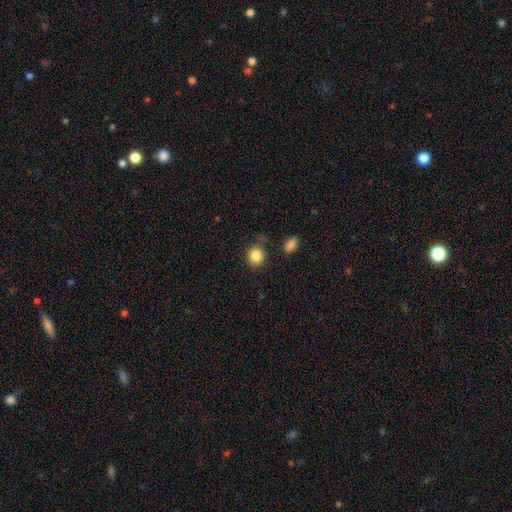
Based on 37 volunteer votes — Smooth or featured? smooth (89%)
How rounded? round (85%)
Merging? none (77%)